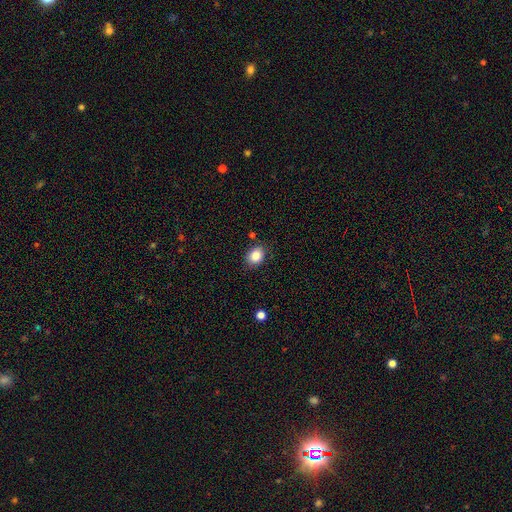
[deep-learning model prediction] Smooth or featured? Predicted: smooth (p=0.87). How rounded? Predicted: in between (p=0.59). Merging? Predicted: none (p=0.81).